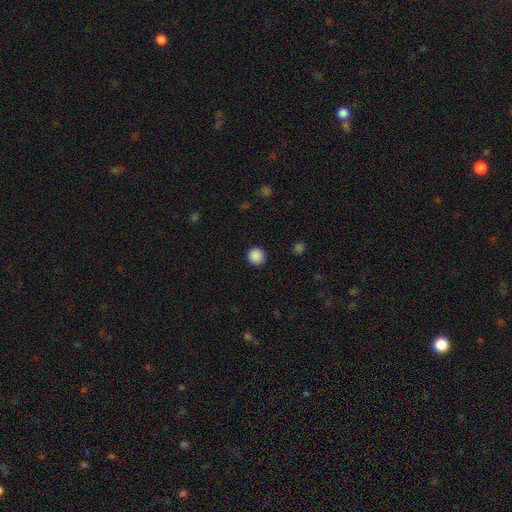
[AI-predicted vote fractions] Morphology: type=smooth (88%); roundness=round (94%); merging=none (92%).